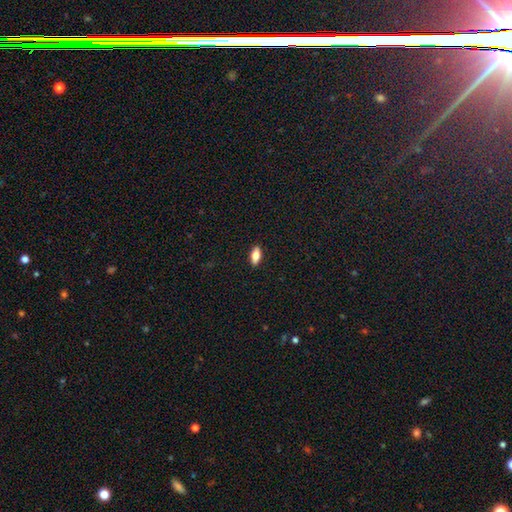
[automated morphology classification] Q: Smooth or featured?
A: smooth (75%); runner-up: featured or disk (17%)
Q: How rounded?
A: in between (82%); runner-up: cigar-shaped (16%)
Q: Merging?
A: none (90%); runner-up: minor disturbance (8%)